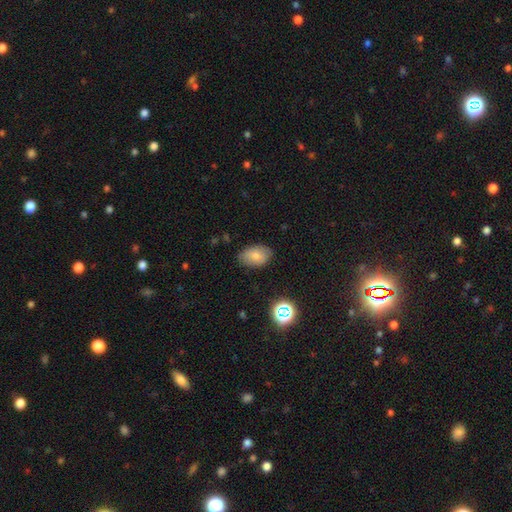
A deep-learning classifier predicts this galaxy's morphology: smooth 76%, featured or disk 14%, star or artifact 10%. Down the decision tree: how rounded — in between (88%); merging — none (81%).